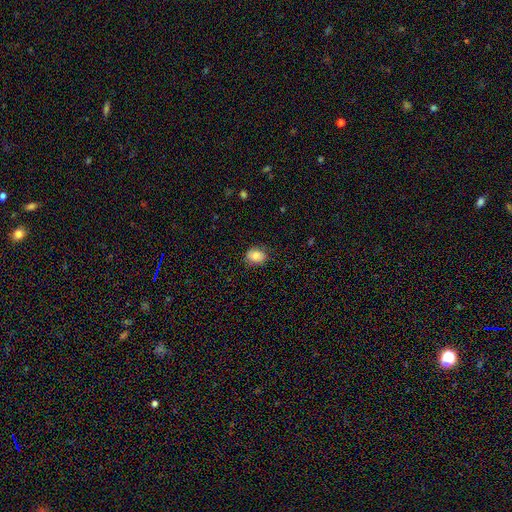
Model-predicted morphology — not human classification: Smooth or featured: smooth — 79% (featured or disk — 13%)
How rounded: in between — 52% (round — 47%)
Merging: none — 80% (minor disturbance — 16%)